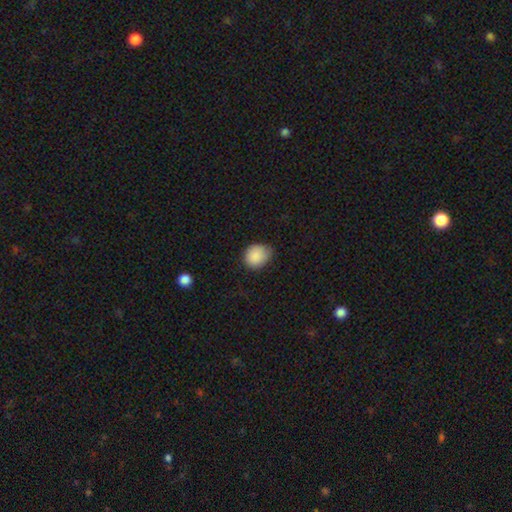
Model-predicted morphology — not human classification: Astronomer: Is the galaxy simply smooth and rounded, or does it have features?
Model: smooth — 89%.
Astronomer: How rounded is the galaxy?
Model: round — 65%.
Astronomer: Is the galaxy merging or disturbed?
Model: none — 63%.